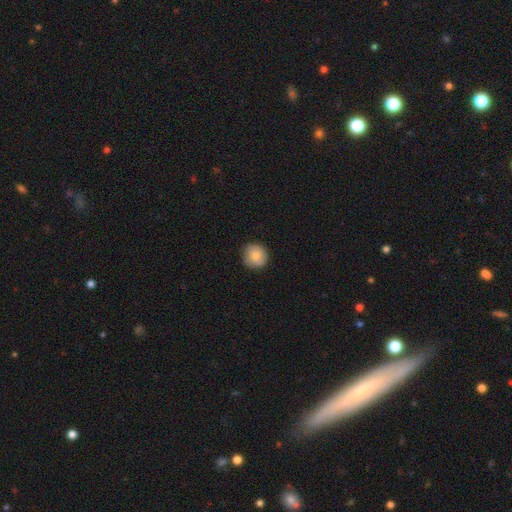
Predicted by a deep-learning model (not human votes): Q: Smooth or featured?
A: smooth (82%); runner-up: featured or disk (11%)
Q: How rounded?
A: round (92%); runner-up: in between (7%)
Q: Merging?
A: none (86%); runner-up: minor disturbance (11%)